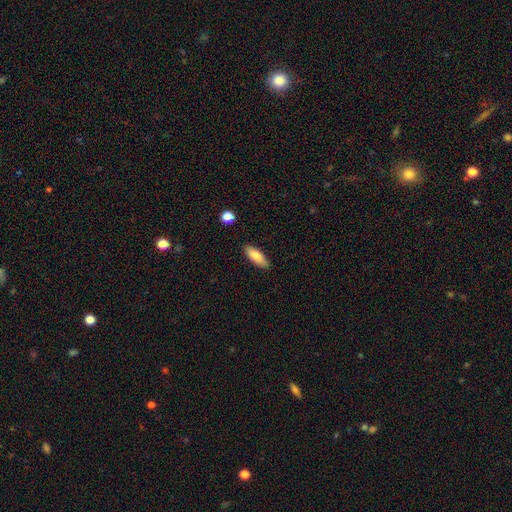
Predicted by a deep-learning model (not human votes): Q: Smooth or featured?
A: smooth (81%); runner-up: featured or disk (12%)
Q: How rounded?
A: in between (64%); runner-up: cigar-shaped (34%)
Q: Merging?
A: none (87%); runner-up: minor disturbance (10%)